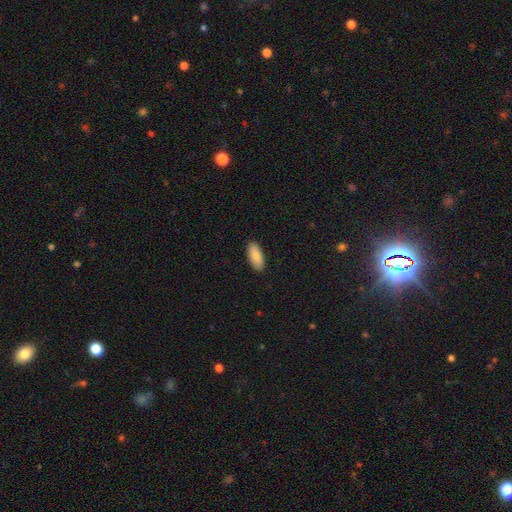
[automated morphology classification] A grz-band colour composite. It shows a smooth galaxy with no disk features (88%) that is in between round and cigar-shaped (85%). Merging: none (90%).